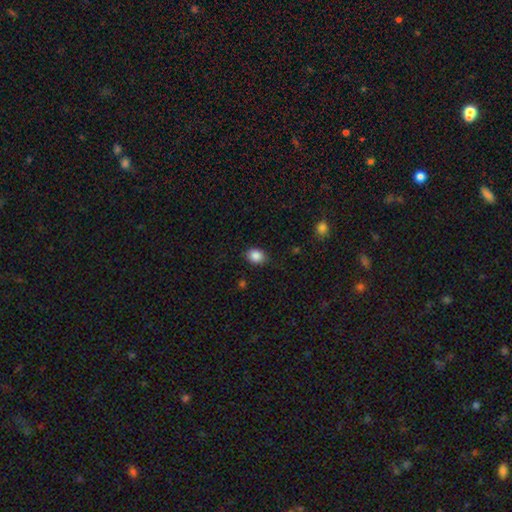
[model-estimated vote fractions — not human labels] A smooth galaxy with no disk features (87%) that is in between round and cigar-shaped (53%). Merging: none (84%).